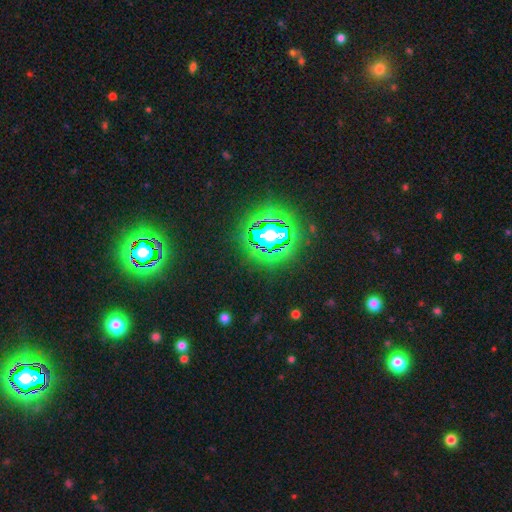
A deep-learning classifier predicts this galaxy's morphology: This appears to be a star or artifact, not a galaxy (81%).